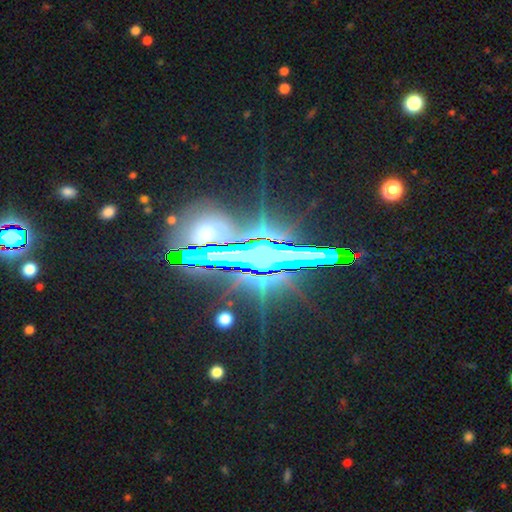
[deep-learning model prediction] Morphology: type=star or artifact (77%).